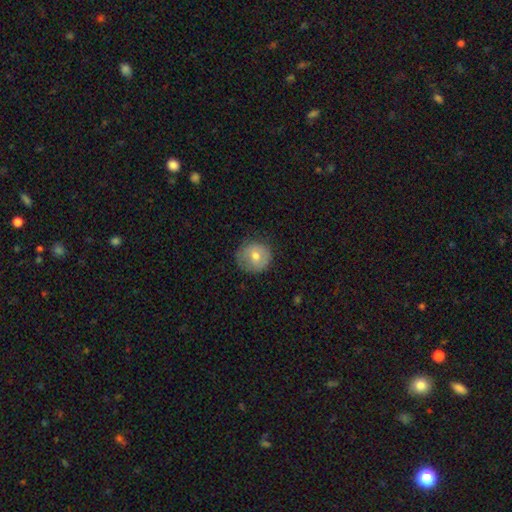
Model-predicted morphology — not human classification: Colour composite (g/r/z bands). It shows a smooth galaxy with no disk features (64%) that is round (90%). Merging: none (78%).